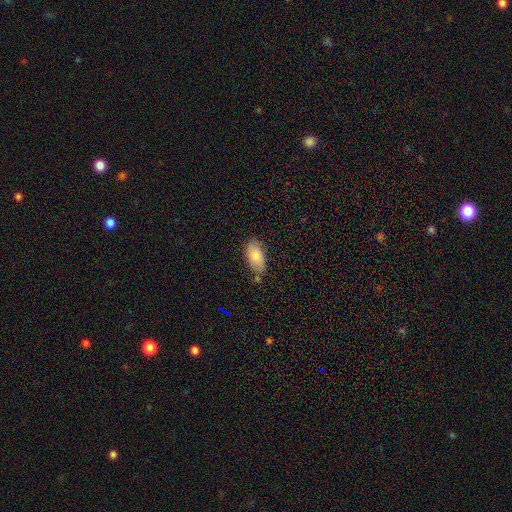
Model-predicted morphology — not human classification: The model was most divided on "merging": none: 69%, minor disturbance: 22%, merger: 6%, major disturbance: 4%. More confident: how rounded — in between (93%); smooth or featured — smooth (82%).